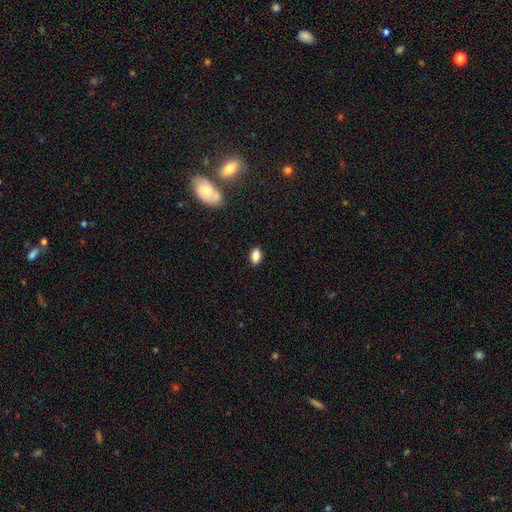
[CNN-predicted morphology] Q: Smooth or featured?
A: smooth (86%); runner-up: star or artifact (9%)
Q: How rounded?
A: in between (89%); runner-up: round (7%)
Q: Merging?
A: none (88%); runner-up: minor disturbance (9%)